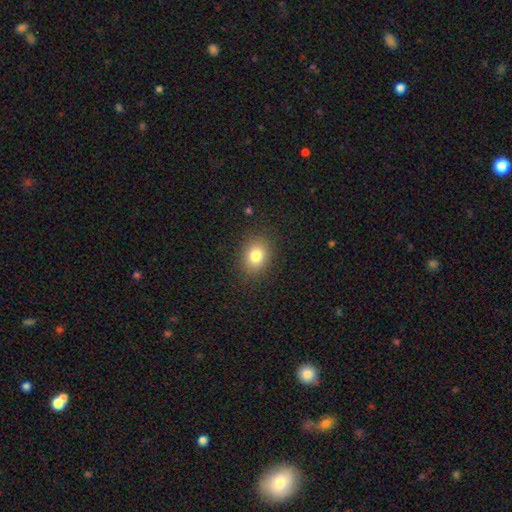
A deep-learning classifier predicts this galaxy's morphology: A smooth galaxy with no disk features (81%) that is in between round and cigar-shaped (58%). Merging: none (87%).